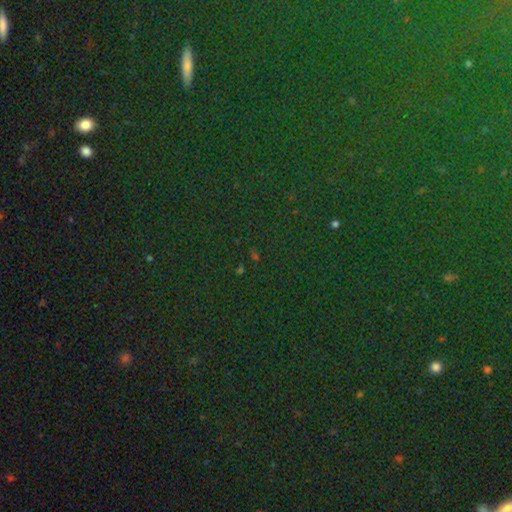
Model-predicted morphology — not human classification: Smooth or featured? star or artifact (81%)